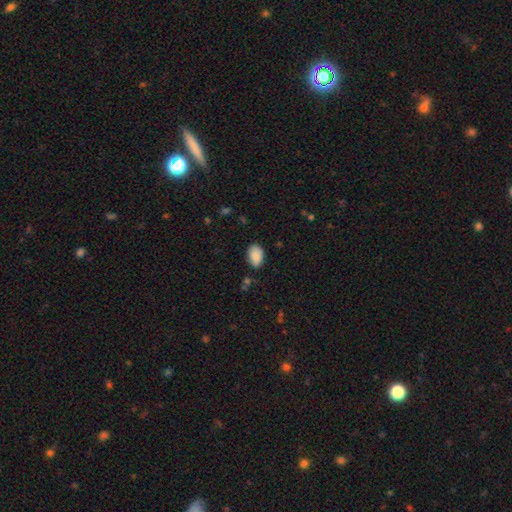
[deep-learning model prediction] This is clearly a smooth galaxy (89%). How rounded: clearly in between (89%). Merging: clearly none (81%).